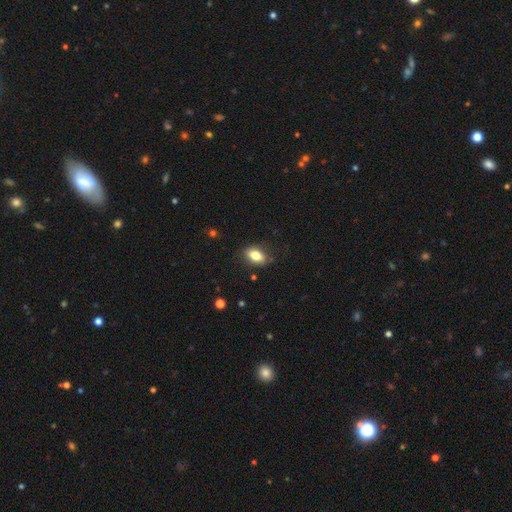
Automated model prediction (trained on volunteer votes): smooth_or_featured: smooth (p=0.78) [alt: featured or disk p=0.14]
how_rounded: in between (p=0.85) [alt: round p=0.11]
merging: none (p=0.81) [alt: minor disturbance p=0.14]